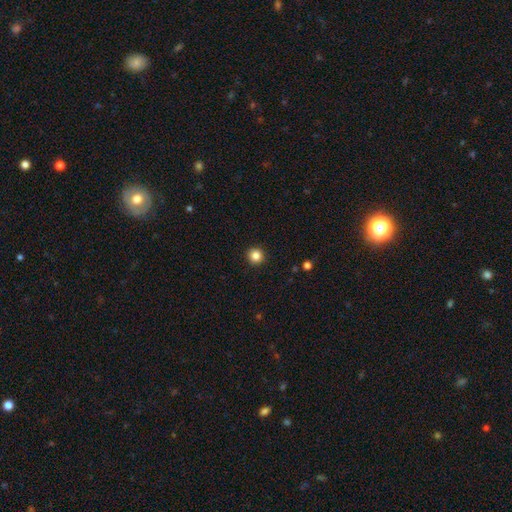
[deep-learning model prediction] A smooth galaxy with no disk features (85%) that is round (95%).

Vote fractions:
- Smooth or featured? smooth: 85% / star or artifact: 11% / featured or disk: 4%
- How rounded? round: 95% / in between: 4% / cigar-shaped: 1%
- Merging? none: 93% / minor disturbance: 5% / major disturbance: 2% / merger: 1%